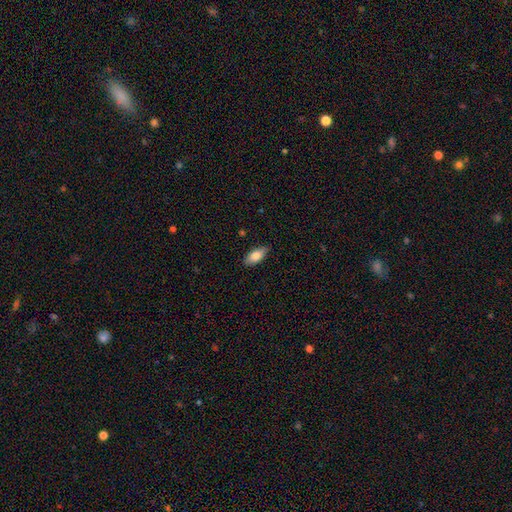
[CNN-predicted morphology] Smooth or featured?
  - smooth: 80% *
  - featured or disk: 14%
  - star or artifact: 6%
How rounded?
  - in between: 85% *
  - cigar-shaped: 13%
  - round: 2%
Merging?
  - none: 85% *
  - minor disturbance: 12%
  - major disturbance: 2%
  - merger: 1%